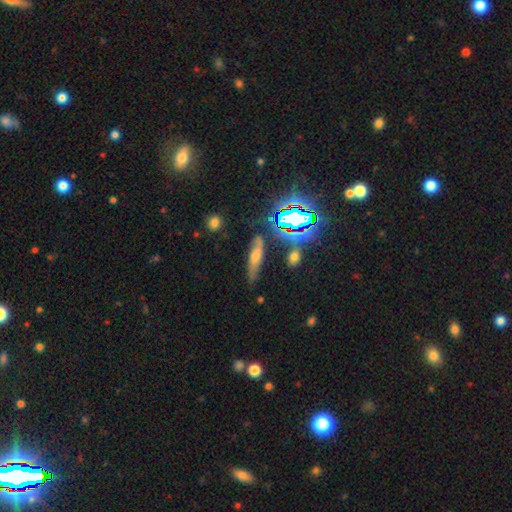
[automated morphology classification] Smooth or featured? Predicted: smooth (p=0.43). Merging? Predicted: none (p=0.71).